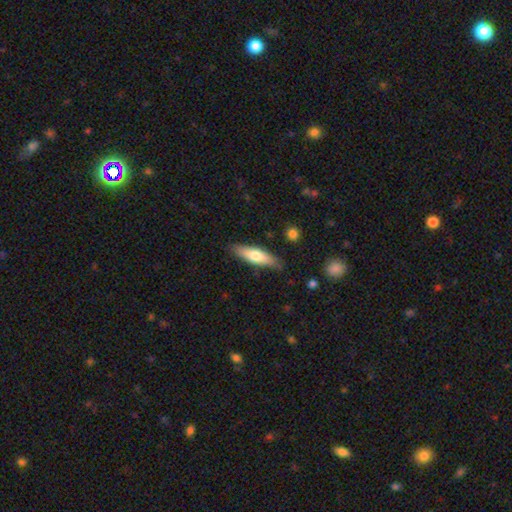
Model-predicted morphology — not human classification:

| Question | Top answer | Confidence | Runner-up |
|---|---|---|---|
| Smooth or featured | smooth | 65% | featured or disk (29%) |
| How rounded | cigar-shaped | 61% | in between (37%) |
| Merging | none | 82% | minor disturbance (13%) |